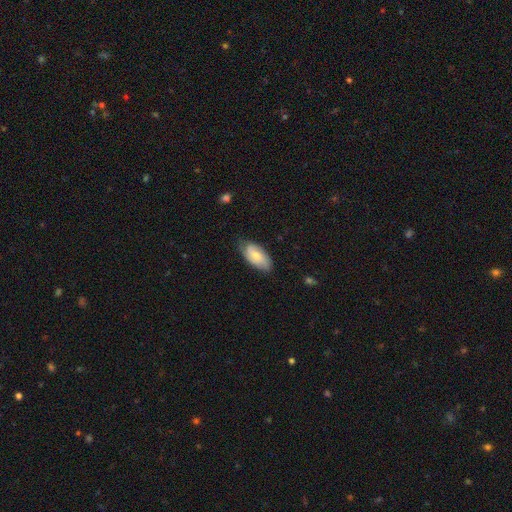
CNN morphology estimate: Q: Smooth or featured?
A: smooth (63%); runner-up: featured or disk (31%)
Q: How rounded?
A: in between (92%); runner-up: cigar-shaped (6%)
Q: Merging?
A: none (68%); runner-up: minor disturbance (26%)